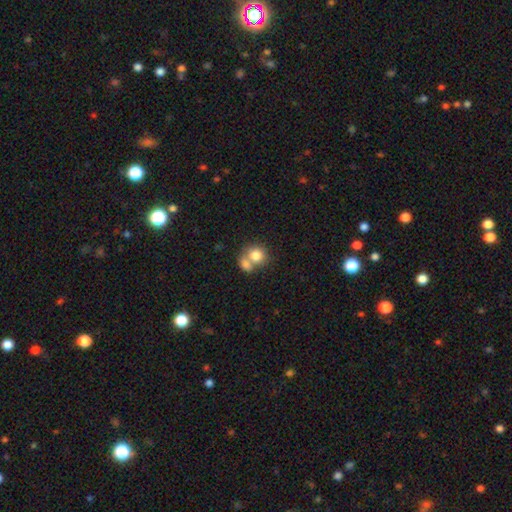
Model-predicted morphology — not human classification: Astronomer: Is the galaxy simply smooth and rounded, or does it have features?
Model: smooth — 79%.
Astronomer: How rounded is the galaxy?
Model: round — 74%.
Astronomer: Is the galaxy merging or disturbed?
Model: merger — 58%.